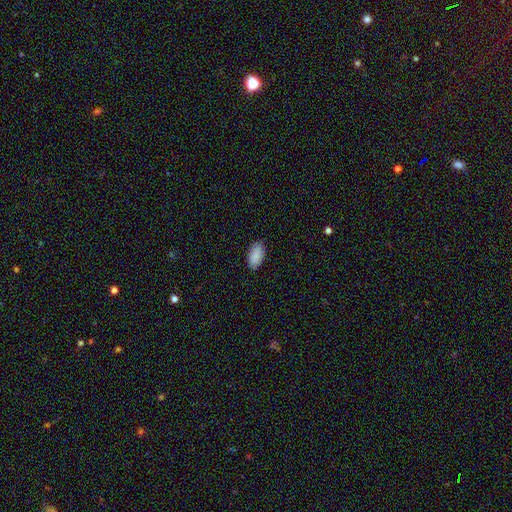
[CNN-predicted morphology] Q: Smooth or featured?
A: smooth (90%); runner-up: star or artifact (6%)
Q: How rounded?
A: in between (94%); runner-up: cigar-shaped (3%)
Q: Merging?
A: none (88%); runner-up: minor disturbance (9%)